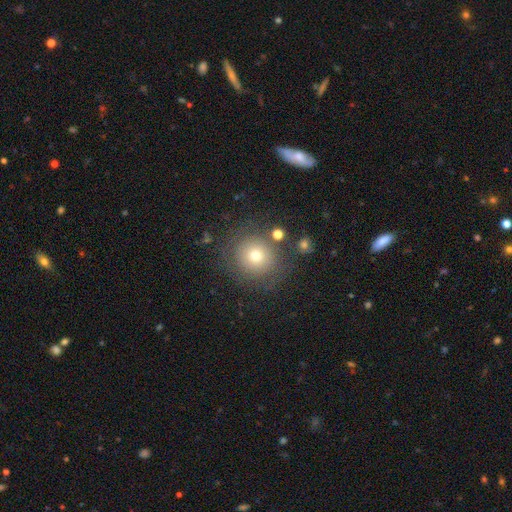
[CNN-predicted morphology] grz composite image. It shows a smooth galaxy with no disk features (70%) that is round (92%). Merging: none (79%).